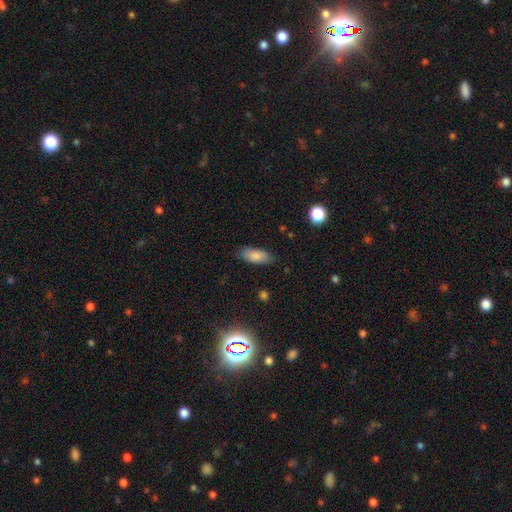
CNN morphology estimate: The model was most divided on "merging": none: 82%, minor disturbance: 14%, major disturbance: 3%, merger: 1%. More confident: how rounded — in between (84%); smooth or featured — smooth (84%).